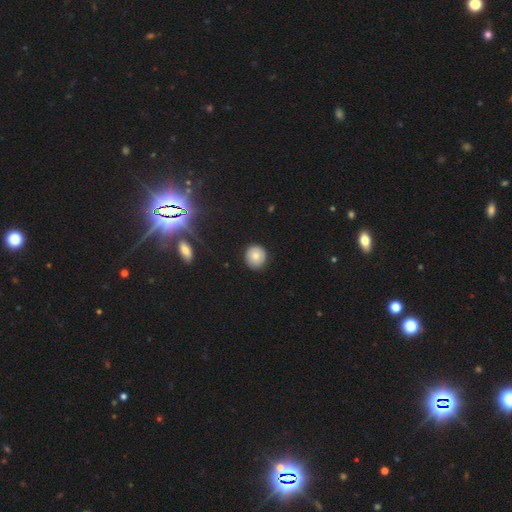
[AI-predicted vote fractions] smooth-or-featured: smooth: 76% | featured or disk: 15% | star or artifact: 10%
  how-rounded: round: 90% | in between: 9% | cigar-shaped: 1%
  merging: none: 88% | minor disturbance: 9% | major disturbance: 2% | merger: 1%